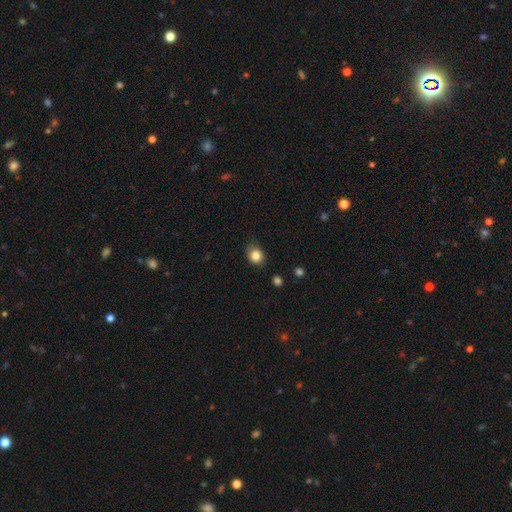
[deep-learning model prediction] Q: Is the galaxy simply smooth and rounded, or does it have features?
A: smooth — 83%.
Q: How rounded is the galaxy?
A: round — 63%.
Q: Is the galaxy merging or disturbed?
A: none — 71%.